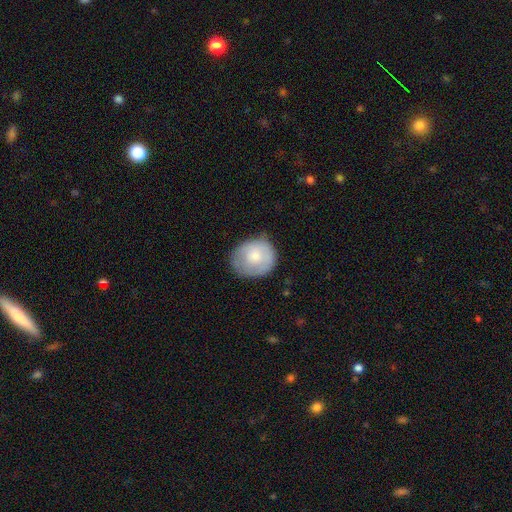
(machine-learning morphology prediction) Overall: smooth (71%). How rounded: round (74%). Merging: none (64%; minor disturbance 26%).